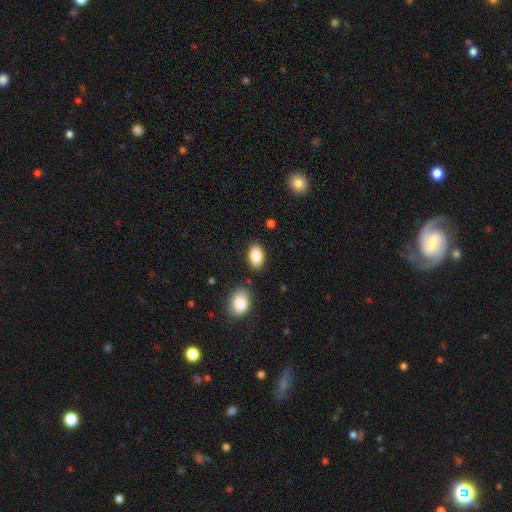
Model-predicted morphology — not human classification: smooth_or_featured: smooth (p=0.87) [alt: star or artifact p=0.07]
how_rounded: in between (p=0.92) [alt: round p=0.06]
merging: none (p=0.82) [alt: minor disturbance p=0.11]